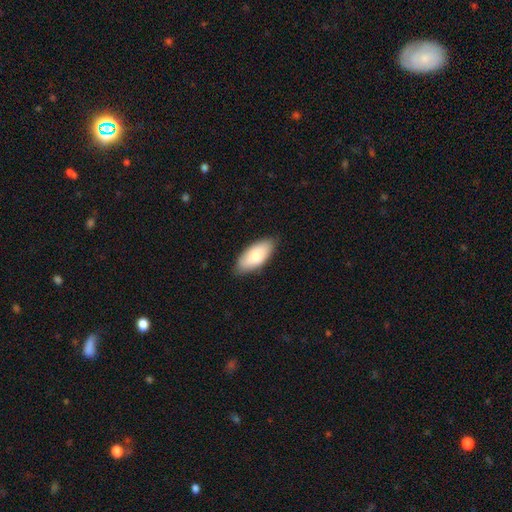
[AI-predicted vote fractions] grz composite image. It shows a smooth galaxy with no disk features (79%) that is in between round and cigar-shaped (91%). Merging: none (83%).